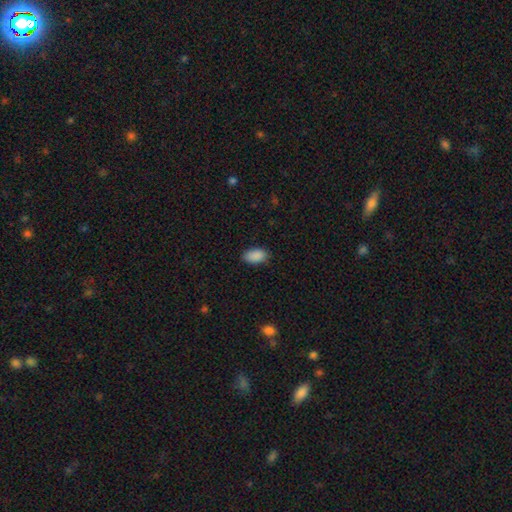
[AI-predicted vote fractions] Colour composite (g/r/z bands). It shows a smooth galaxy with no disk features (90%) that is in between round and cigar-shaped (93%). Merging: none (83%).